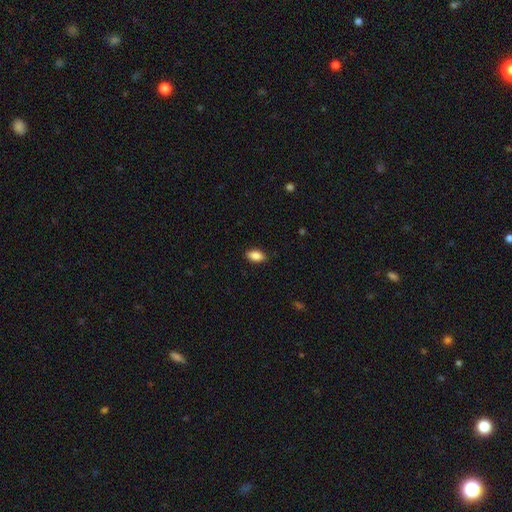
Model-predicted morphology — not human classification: This appears to be a smooth galaxy with no disk features (87%) that is in between round and cigar-shaped (91%). Merging: none (88%).